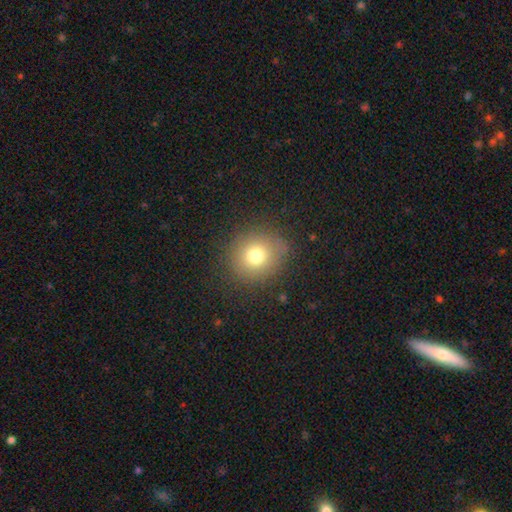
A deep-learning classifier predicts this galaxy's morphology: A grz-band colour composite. It shows a smooth galaxy with no disk features (75%) that is round (88%). Merging: none (86%).